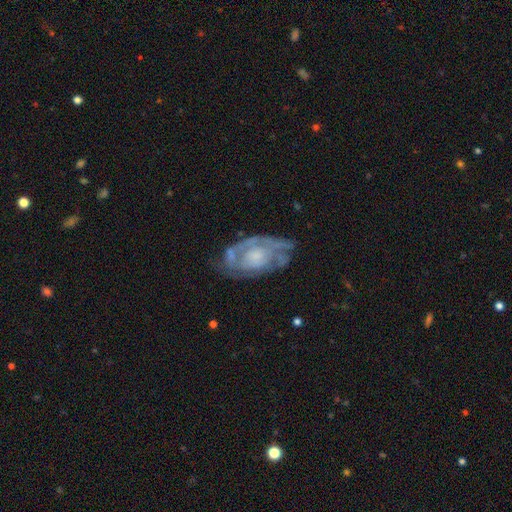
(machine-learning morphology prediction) The model was most divided on "bulge size": small: 37%, moderate: 32%, none: 20%, large: 9%, dominant: 2%. Remaining: edge-on disk — no (95%); bar — no (78%); smooth or featured — featured or disk (77%); spiral arms — yes (77%); merging — none (60%); spiral winding — tight (59%); spiral arm count — can't tell (48%).